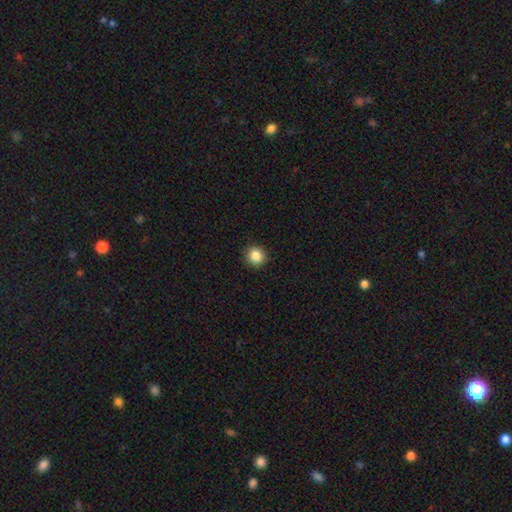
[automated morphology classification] Smooth or featured?
  - smooth: 86% *
  - star or artifact: 10%
  - featured or disk: 4%
How rounded?
  - round: 91% *
  - in between: 8%
  - cigar-shaped: 1%
Merging?
  - none: 92% *
  - minor disturbance: 6%
  - major disturbance: 2%
  - merger: 1%